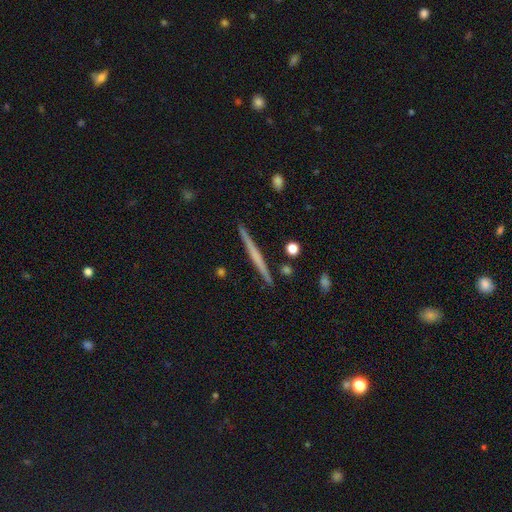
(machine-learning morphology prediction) type=featured or disk (57%); edge-on=yes (98%); edge-on bulge=none (79%); merging=none (92%).